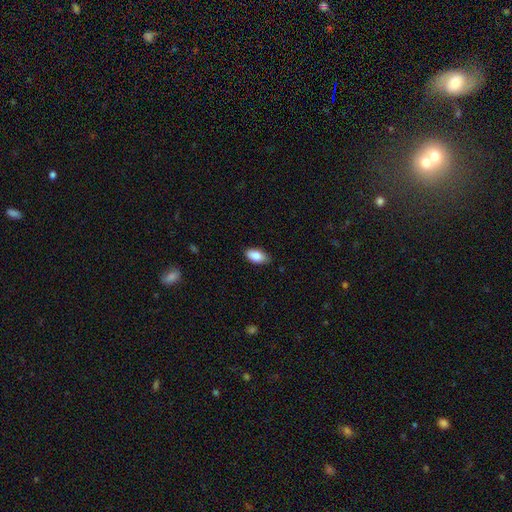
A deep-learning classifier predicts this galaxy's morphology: Smooth or featured: smooth — 86% (featured or disk — 7%)
How rounded: in between — 92% (cigar-shaped — 5%)
Merging: none — 77% (minor disturbance — 19%)